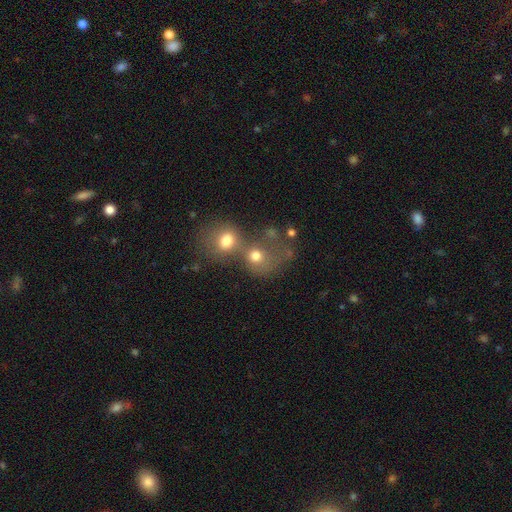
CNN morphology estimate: smooth 70%, featured or disk 16%, star or artifact 14%. Down the decision tree: how rounded — round (71%); merging — merger (62%).